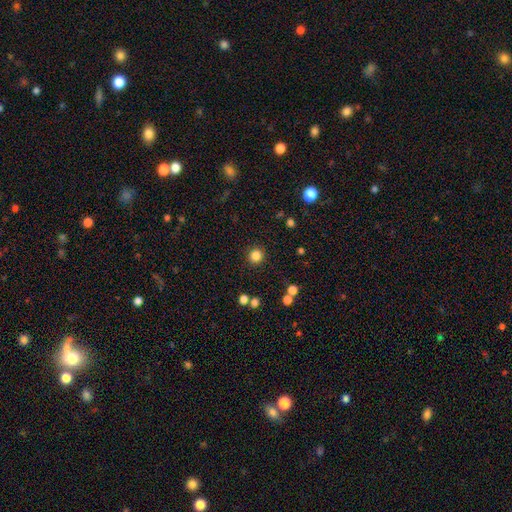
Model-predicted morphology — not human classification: smooth 84%, star or artifact 12%, featured or disk 4%. Down the decision tree: how rounded — round (94%); merging — none (91%).